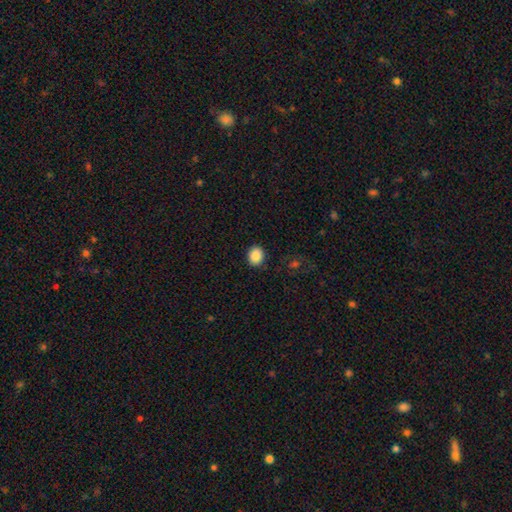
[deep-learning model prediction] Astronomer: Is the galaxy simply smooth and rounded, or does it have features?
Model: smooth — 88%.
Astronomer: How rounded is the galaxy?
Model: round — 63%.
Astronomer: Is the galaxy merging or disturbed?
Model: none — 90%.